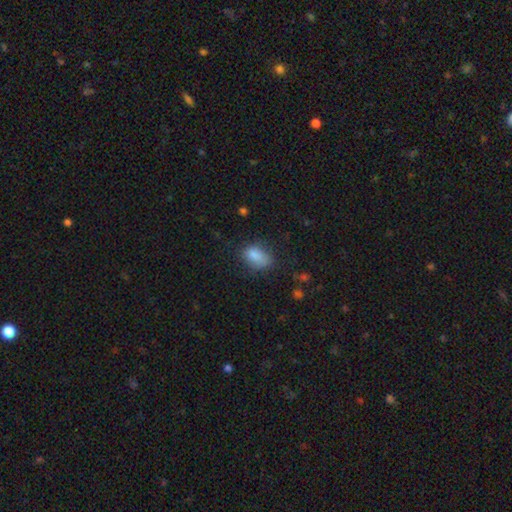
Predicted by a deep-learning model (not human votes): This appears to be a smooth galaxy with no disk features (83%) that is in between round and cigar-shaped (86%). Merging: none (58%).